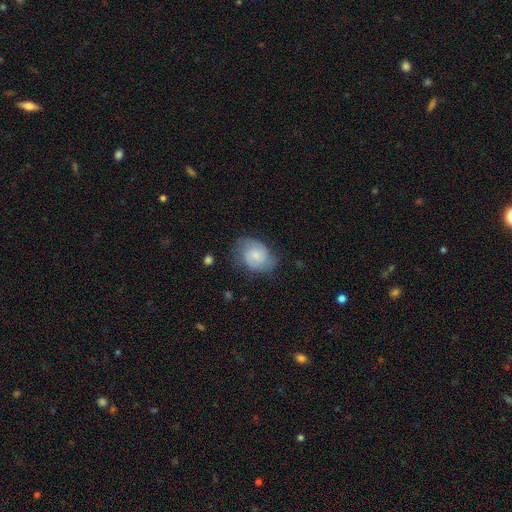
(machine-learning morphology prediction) Smooth or featured: smooth — 55% (featured or disk — 38%)
How rounded: in between — 64% (round — 35%)
Merging: none — 60% (minor disturbance — 29%)